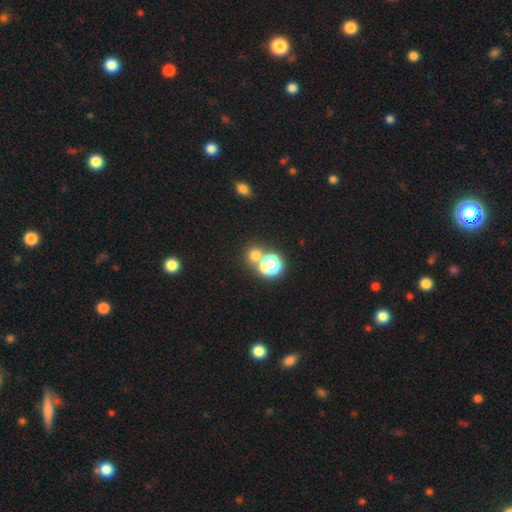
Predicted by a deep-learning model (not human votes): A smooth galaxy with no disk features (65%) that is round (79%). Merging: none (53%).